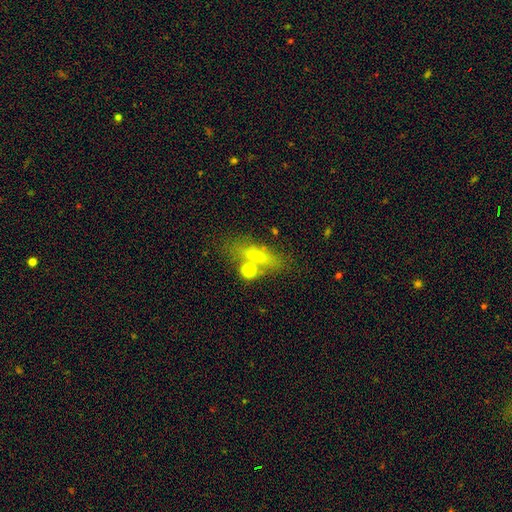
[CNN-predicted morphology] Smooth or featured? smooth (63%)
How rounded? in between (48%)
Merging? none (62%)